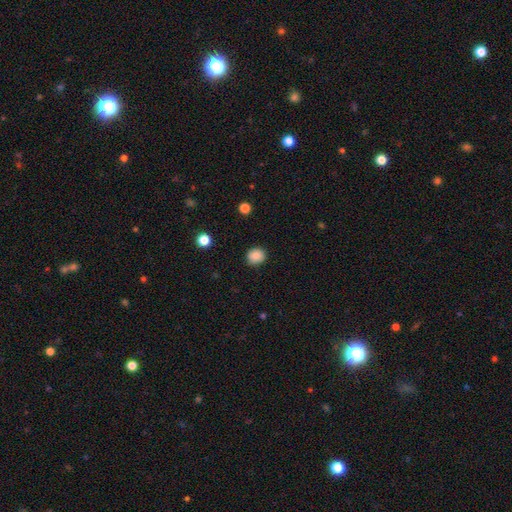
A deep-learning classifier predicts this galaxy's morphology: Smooth or featured? Predicted: smooth (p=0.87). How rounded? Predicted: round (p=0.77). Merging? Predicted: none (p=0.87).